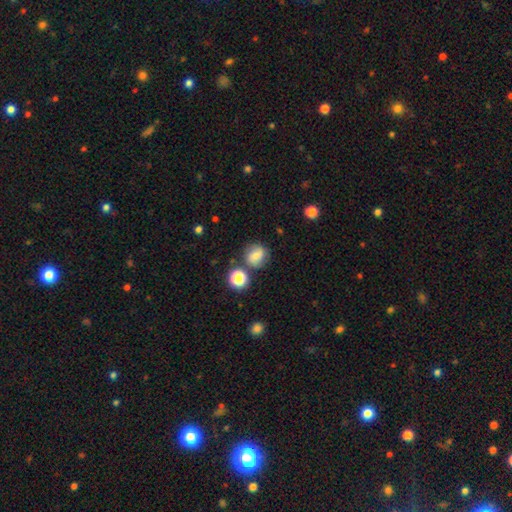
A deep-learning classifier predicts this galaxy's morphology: A smooth galaxy with no disk features (63%) that is round (84%). Merging: none (74%).